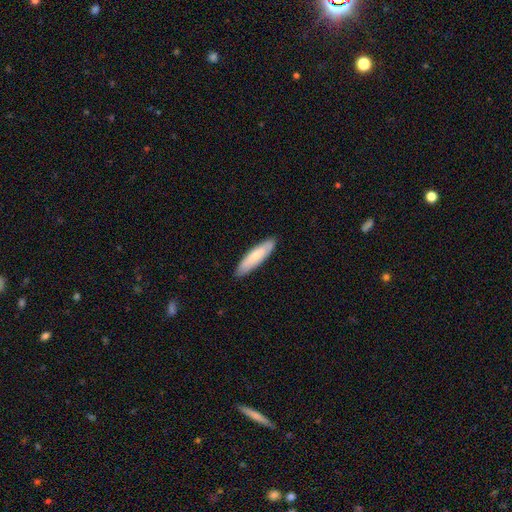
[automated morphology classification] Smooth or featured: smooth — 67% (featured or disk — 28%)
How rounded: cigar-shaped — 66% (in between — 32%)
Merging: none — 87% (minor disturbance — 11%)